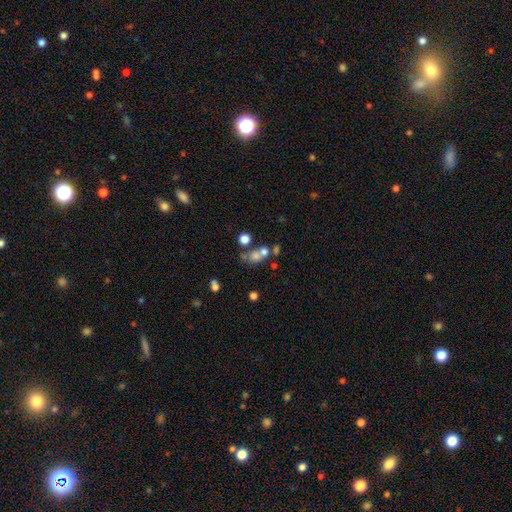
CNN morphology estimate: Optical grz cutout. It shows a smooth galaxy with no disk features (62%) that is round (55%). Merging: merger (46%).